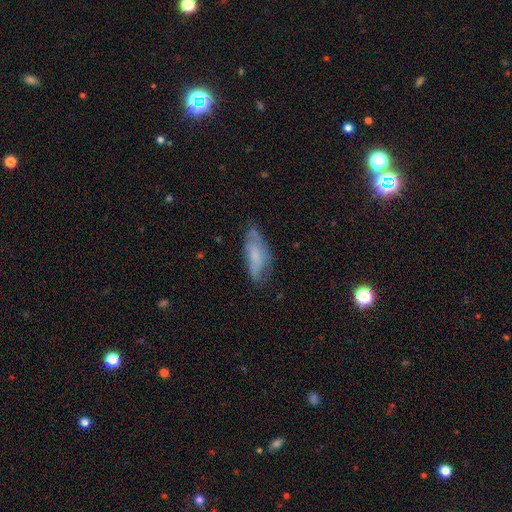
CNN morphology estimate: Q: Smooth or featured?
A: smooth (56%); runner-up: featured or disk (36%)
Q: How rounded?
A: in between (68%); runner-up: cigar-shaped (30%)
Q: Merging?
A: none (61%); runner-up: minor disturbance (28%)